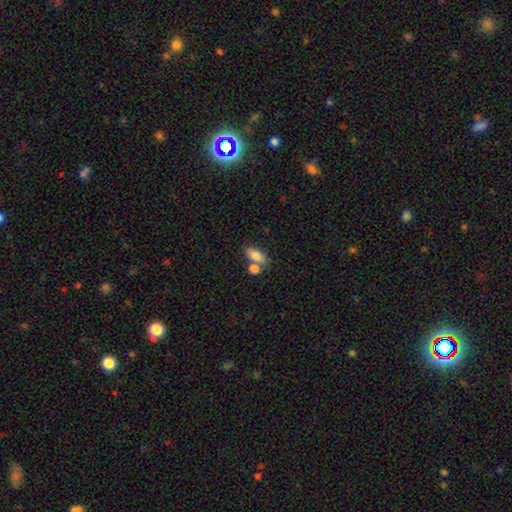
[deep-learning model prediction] This appears to be a smooth galaxy with no disk features (79%) that is in between round and cigar-shaped (85%). Merging: none (51%).